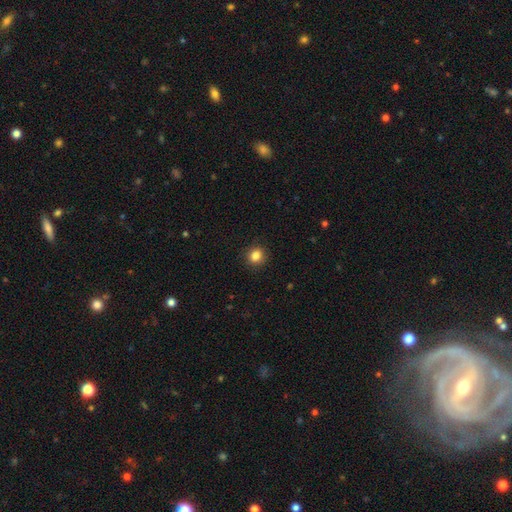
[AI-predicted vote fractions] A smooth galaxy with no disk features (85%) that is round (83%). Merging: none (90%).